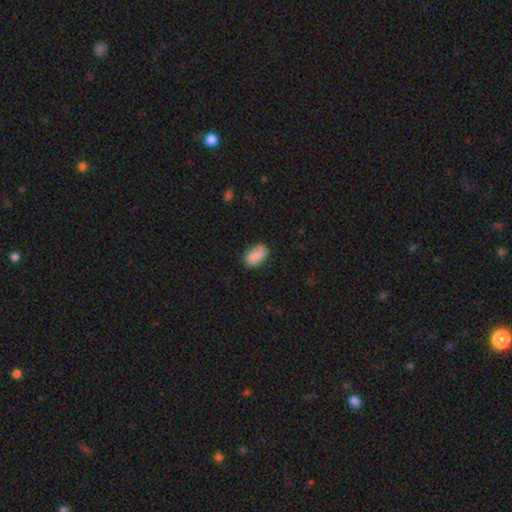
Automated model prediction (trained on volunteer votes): Smooth or featured? Predicted: smooth (p=0.86). How rounded? Predicted: in between (p=0.90). Merging? Predicted: none (p=0.81).